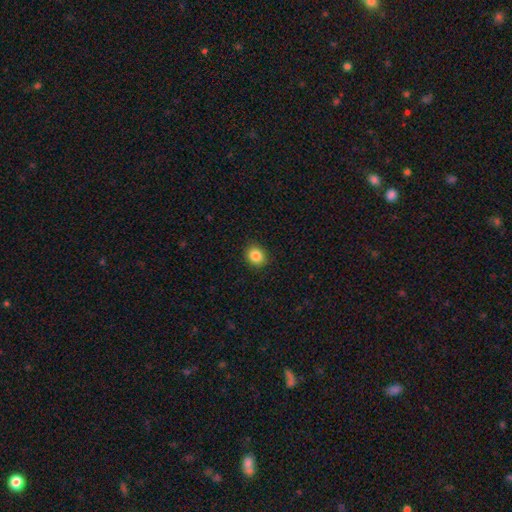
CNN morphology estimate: Overall: smooth (86%). How rounded: round (65%; in between 35%). Merging: none (89%).